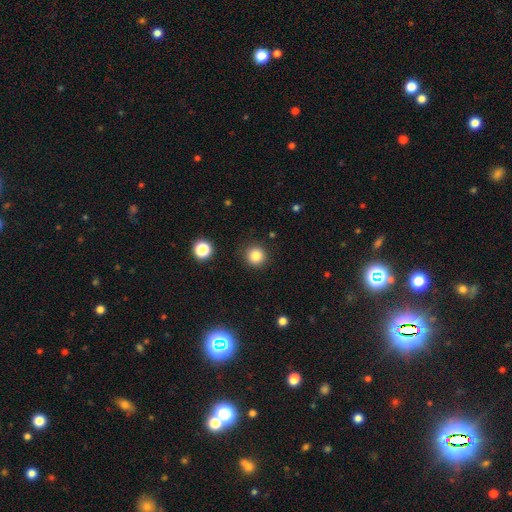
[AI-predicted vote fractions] A smooth galaxy with no disk features (84%) that is round (94%).

Vote fractions:
- Smooth or featured? smooth: 84% / star or artifact: 12% / featured or disk: 5%
- How rounded? round: 94% / in between: 5% / cigar-shaped: 1%
- Merging? none: 90% / minor disturbance: 6% / major disturbance: 2% / merger: 1%